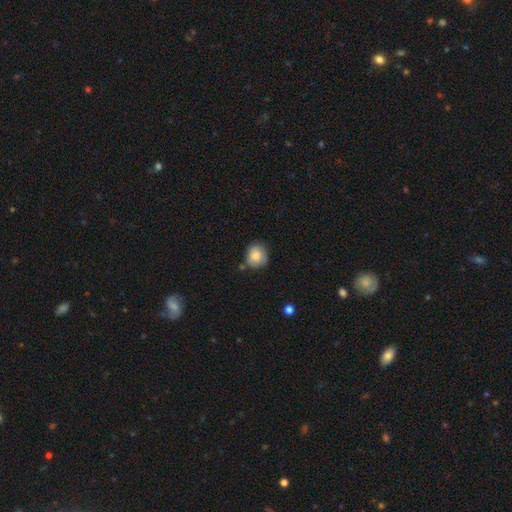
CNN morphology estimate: Overall: smooth (83%). How rounded: round (76%). Merging: none (68%).